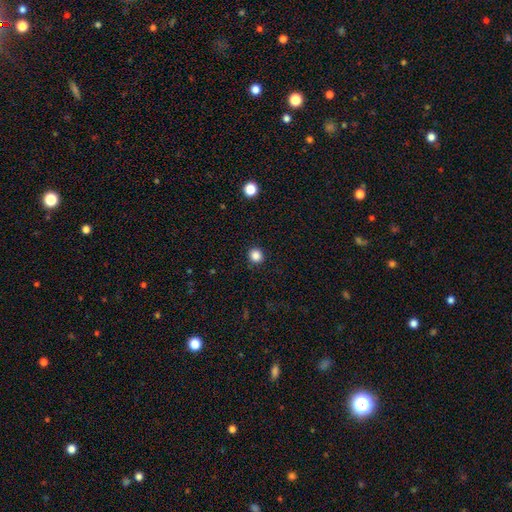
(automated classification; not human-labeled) smooth_or_featured: smooth (p=0.86) [alt: star or artifact p=0.11]
how_rounded: round (p=0.90) [alt: in between p=0.09]
merging: none (p=0.92) [alt: minor disturbance p=0.05]